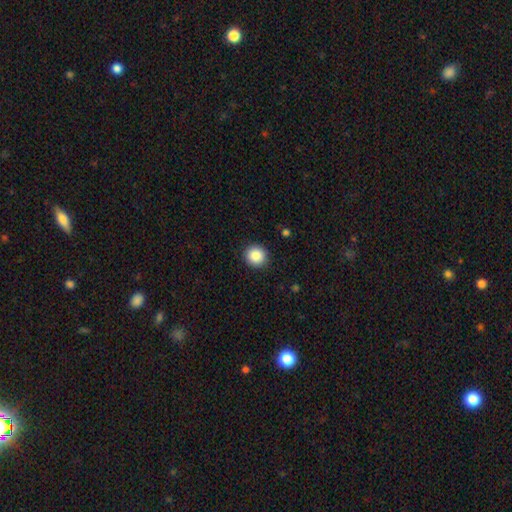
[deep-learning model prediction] Morphology: type=smooth (88%); roundness=round (89%); merging=none (91%).